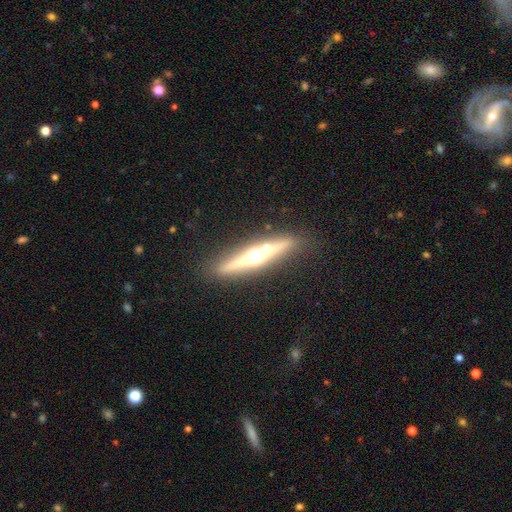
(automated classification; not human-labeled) Overall: featured or disk (73%). Edge-on disk: yes (95%). Edge-on bulge: rounded (95%). Merging: none (84%).